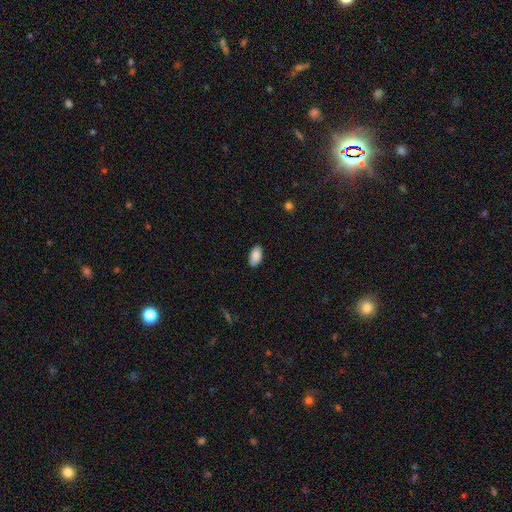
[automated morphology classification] This appears to be a smooth galaxy with no disk features (88%) that is in between round and cigar-shaped (95%). Merging: none (86%).